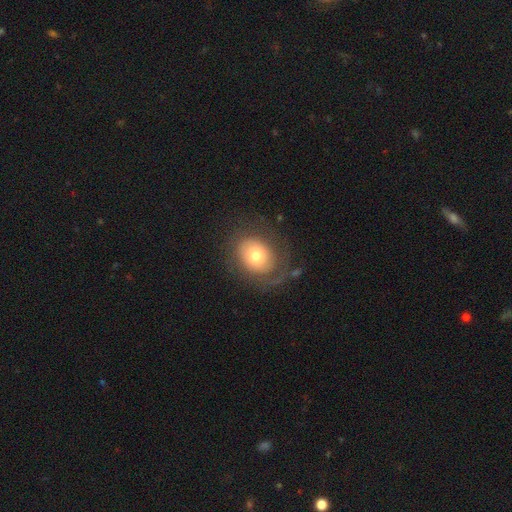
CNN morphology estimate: The model was most divided on "how rounded": round: 50%, in between: 49%, cigar-shaped: 1%. More confident: merging — none (61%); smooth or featured — smooth (54%).